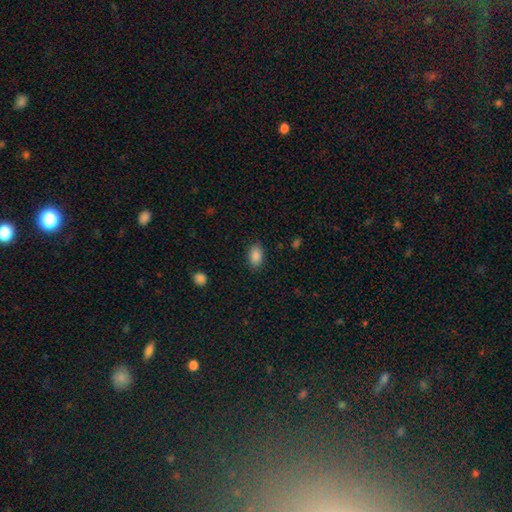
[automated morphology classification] smooth-or-featured: smooth: 88% | star or artifact: 8% | featured or disk: 4%
  how-rounded: in between: 90% | round: 9% | cigar-shaped: 2%
  merging: none: 85% | minor disturbance: 11% | major disturbance: 3% | merger: 1%